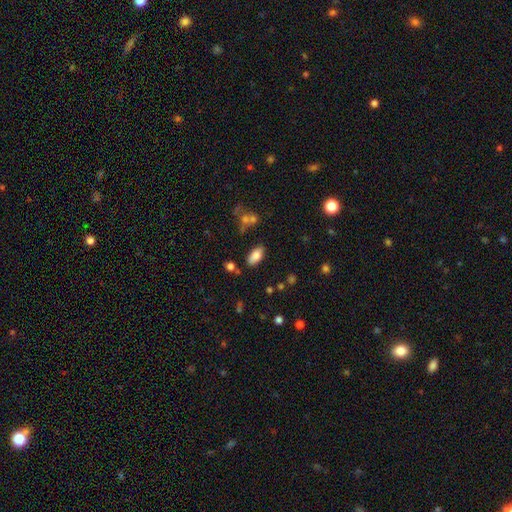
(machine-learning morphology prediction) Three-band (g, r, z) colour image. It shows a smooth galaxy with no disk features (83%) that is in between round and cigar-shaped (92%). Merging: none (79%).